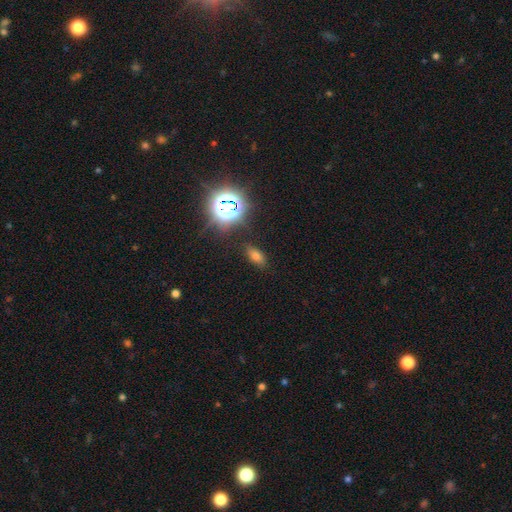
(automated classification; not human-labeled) Morphology: type=smooth (57%); roundness=in between (76%); merging=none (84%).